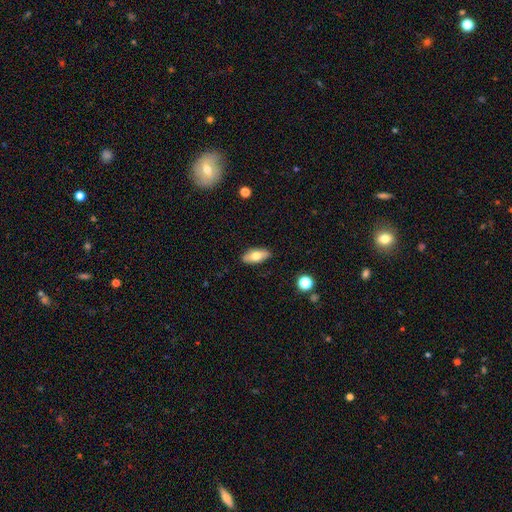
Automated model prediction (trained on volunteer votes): smooth-or-featured: smooth: 68% | featured or disk: 25% | star or artifact: 7%
  how-rounded: in between: 84% | cigar-shaped: 12% | round: 3%
  merging: none: 87% | minor disturbance: 10% | major disturbance: 2% | merger: 1%